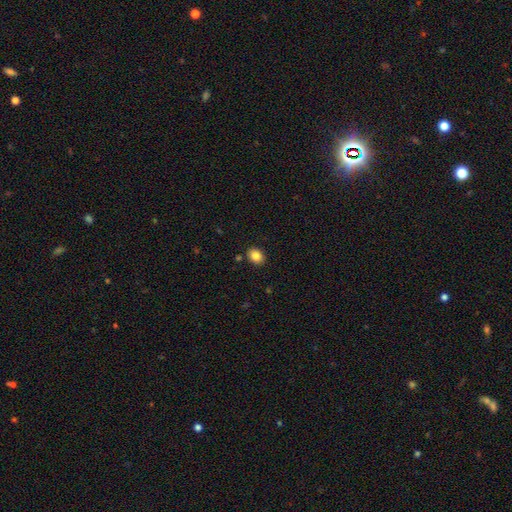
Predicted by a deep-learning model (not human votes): This is clearly a smooth galaxy (85%). How rounded: possibly in between (54%). Merging: clearly none (88%).